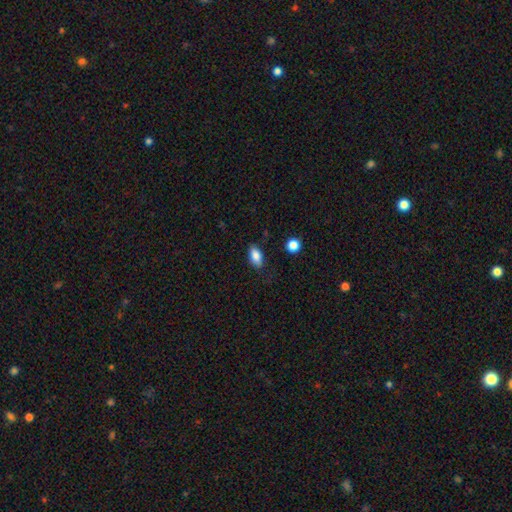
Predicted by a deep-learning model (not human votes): The model was most divided on "merging": none: 82%, minor disturbance: 13%, major disturbance: 3%, merger: 2%. More confident: how rounded — in between (89%); smooth or featured — smooth (85%).